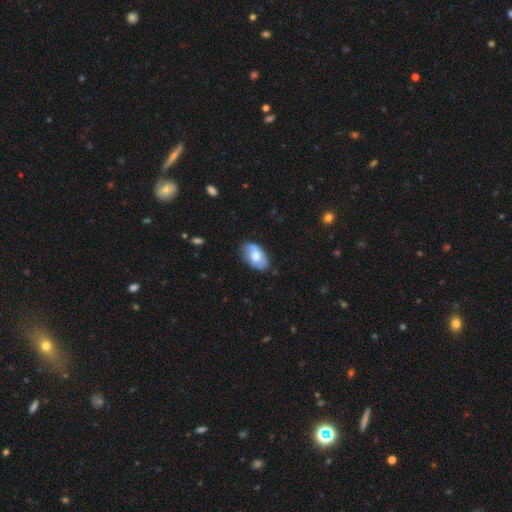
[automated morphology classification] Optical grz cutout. It shows a smooth galaxy with no disk features (63%) that is in between round and cigar-shaped (93%). Merging: none (74%).